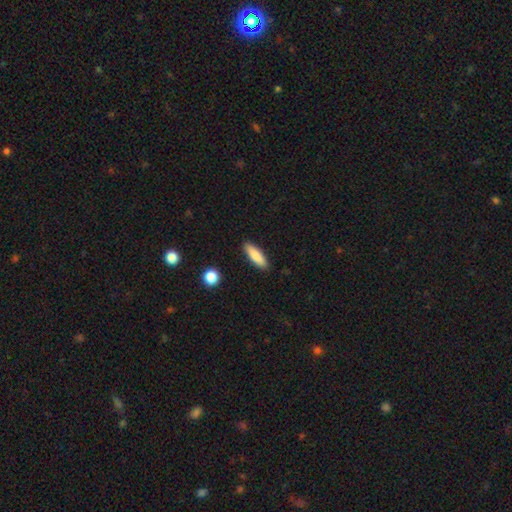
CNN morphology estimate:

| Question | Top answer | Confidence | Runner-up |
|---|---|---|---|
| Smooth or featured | smooth | 84% | featured or disk (10%) |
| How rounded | cigar-shaped | 54% | in between (45%) |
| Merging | none | 89% | minor disturbance (8%) |